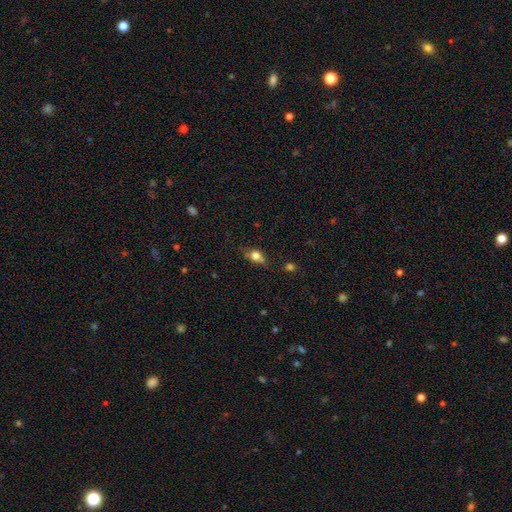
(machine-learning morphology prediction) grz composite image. It shows a smooth galaxy with no disk features (74%) that is in between round and cigar-shaped (64%). Merging: none (54%).